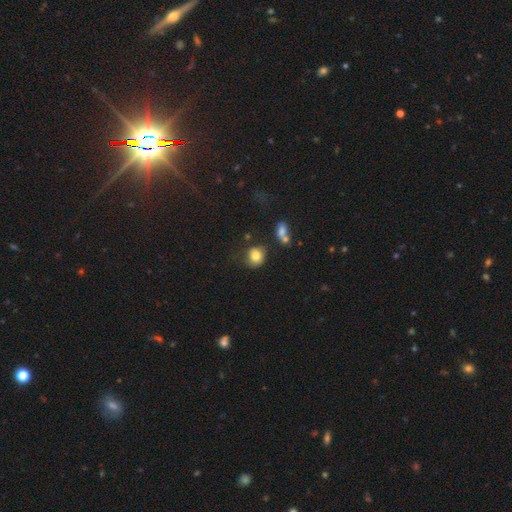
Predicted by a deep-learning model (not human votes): Q: Smooth or featured?
A: smooth (81%); runner-up: star or artifact (10%)
Q: How rounded?
A: round (75%); runner-up: in between (24%)
Q: Merging?
A: none (66%); runner-up: minor disturbance (19%)